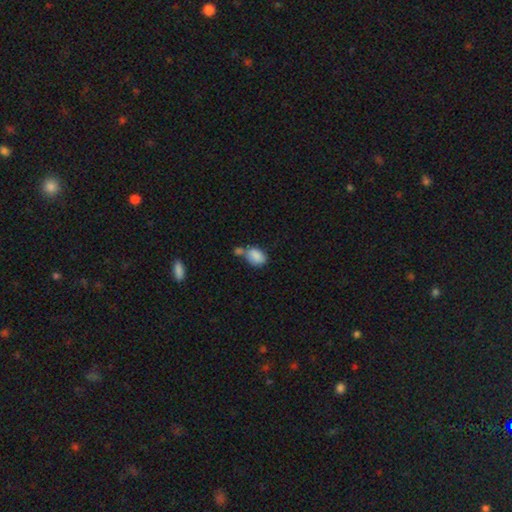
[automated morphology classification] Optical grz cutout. It shows a smooth galaxy with no disk features (84%) that is in between round and cigar-shaped (83%). Merging: merger (41%).